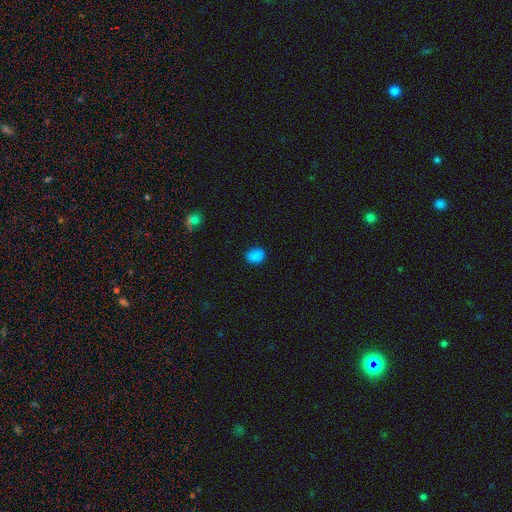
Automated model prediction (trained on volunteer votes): A smooth galaxy with no disk features (82%) that is in between round and cigar-shaped (63%).

Vote fractions:
- Smooth or featured? smooth: 82% / star or artifact: 13% / featured or disk: 5%
- How rounded? in between: 63% / round: 36% / cigar-shaped: 1%
- Merging? none: 72% / minor disturbance: 19% / merger: 5% / major disturbance: 4%